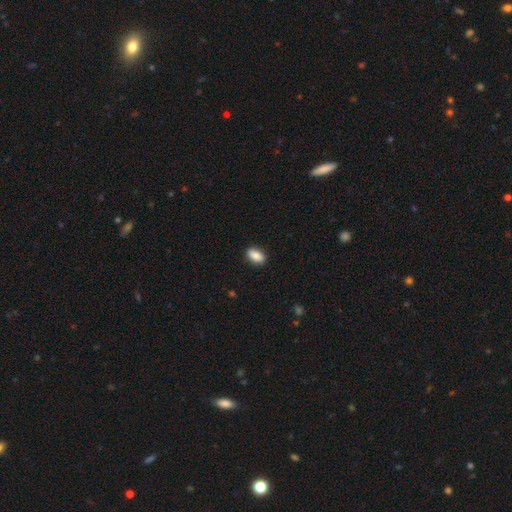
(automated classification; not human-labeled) smooth_or_featured: smooth (p=0.87) [alt: star or artifact p=0.07]
how_rounded: in between (p=0.89) [alt: round p=0.07]
merging: none (p=0.88) [alt: minor disturbance p=0.09]